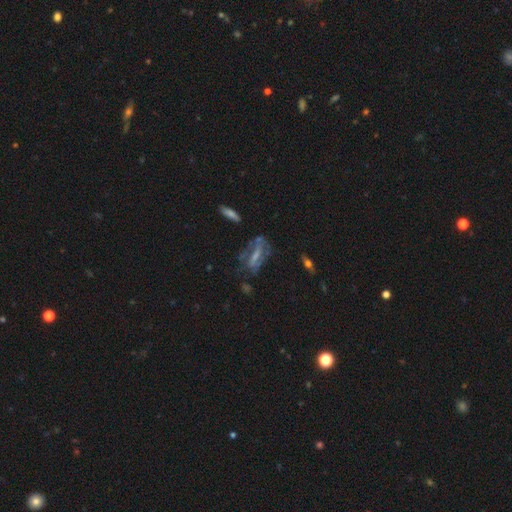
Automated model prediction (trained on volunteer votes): The model was most divided on "merging": none: 49%, major disturbance: 23%, minor disturbance: 23%, merger: 6%. More confident: edge-on disk — no (79%); smooth or featured — featured or disk (60%).